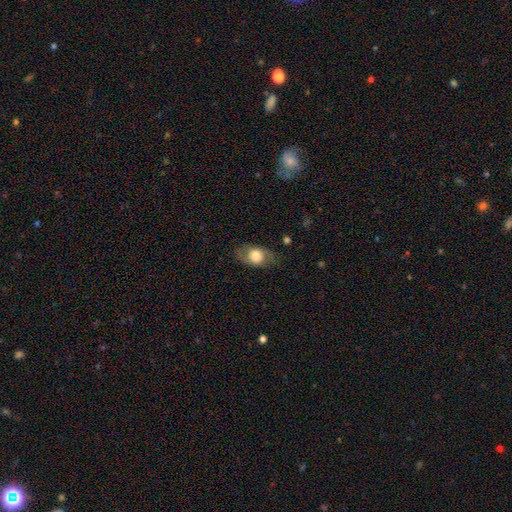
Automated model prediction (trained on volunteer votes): Overall: smooth (56%; featured or disk 36%). How rounded: in between (73%). Merging: none (73%).